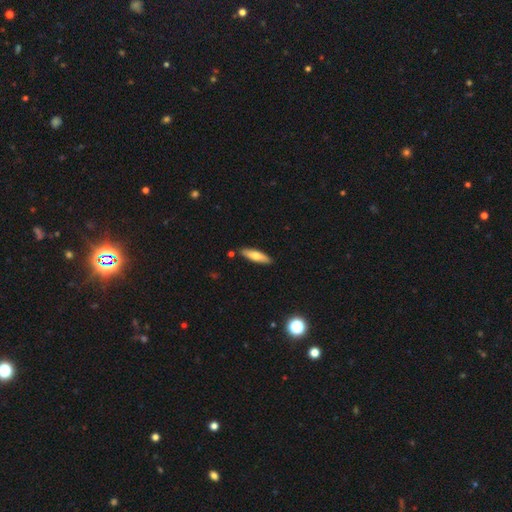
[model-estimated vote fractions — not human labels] Smooth or featured? smooth (66%)
How rounded? cigar-shaped (63%)
Merging? none (86%)